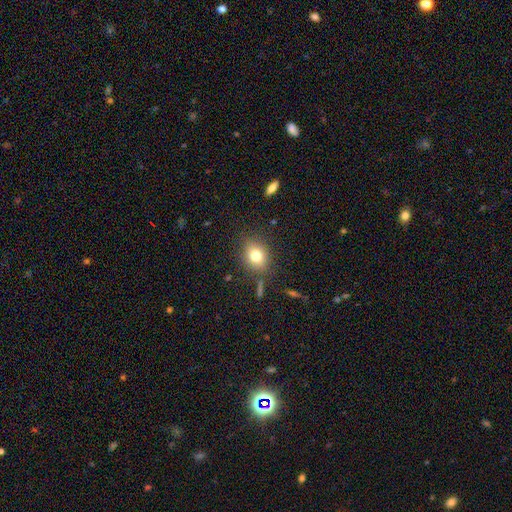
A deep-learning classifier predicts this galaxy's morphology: smooth 77%, star or artifact 12%, featured or disk 11%. Down the decision tree: how rounded — round (52%); merging — none (82%).